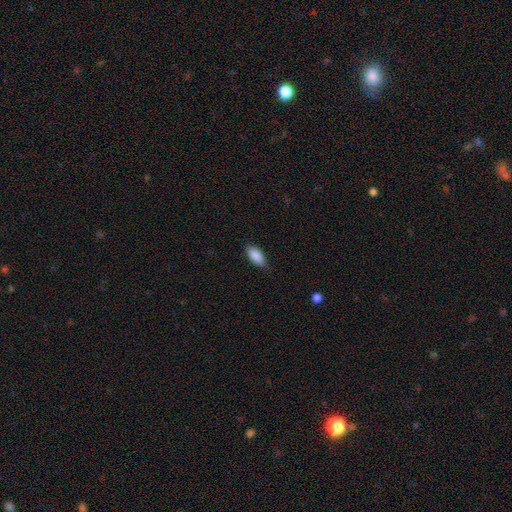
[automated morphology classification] This appears to be a smooth galaxy with no disk features (89%) that is in between round and cigar-shaped (88%). Merging: none (82%).